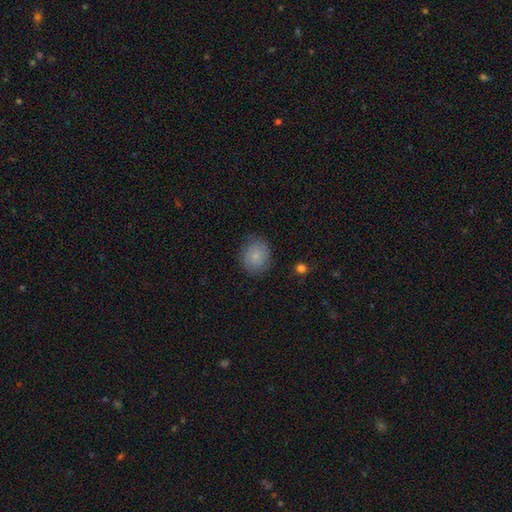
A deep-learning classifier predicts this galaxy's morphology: This is clearly a smooth galaxy (82%). How rounded: likely round (66%). Merging: clearly none (80%).